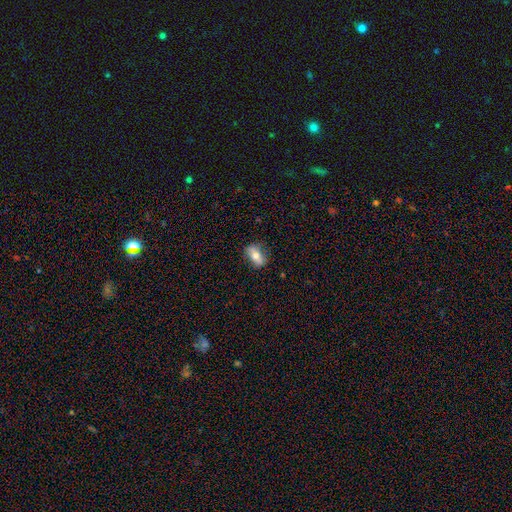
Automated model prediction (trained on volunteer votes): The model was most divided on "smooth or featured": smooth: 62%, featured or disk: 30%, star or artifact: 8%. More confident: how rounded — in between (80%); merging — none (79%).